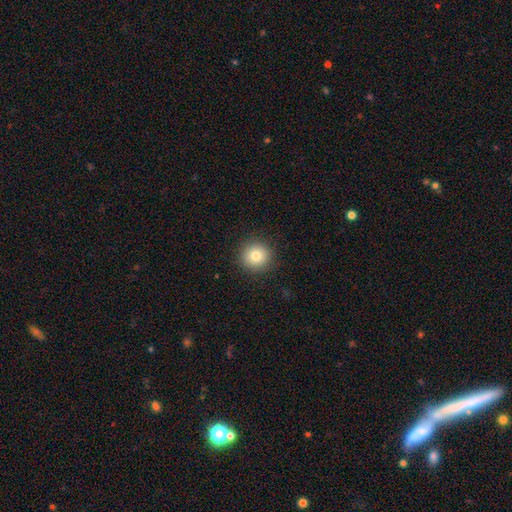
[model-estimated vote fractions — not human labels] Q: Smooth or featured?
A: smooth (82%); runner-up: star or artifact (10%)
Q: How rounded?
A: round (94%); runner-up: in between (5%)
Q: Merging?
A: none (91%); runner-up: minor disturbance (6%)